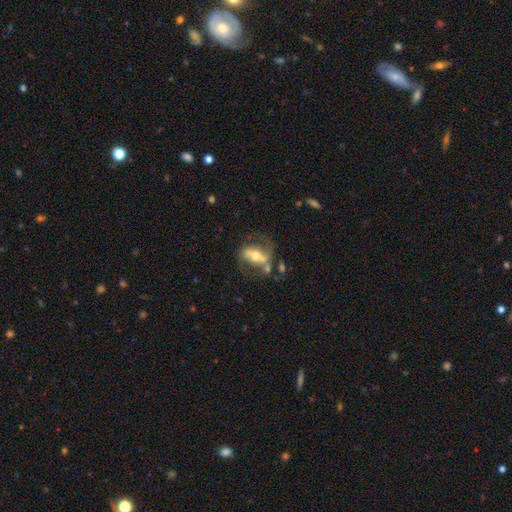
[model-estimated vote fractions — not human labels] Smooth or featured? featured or disk (70%)
Edge-on disk? no (89%)
Bar? strong (54%)
Spiral arms? yes (76%)
Bulge size? moderate (66%)
Merging? none (52%)